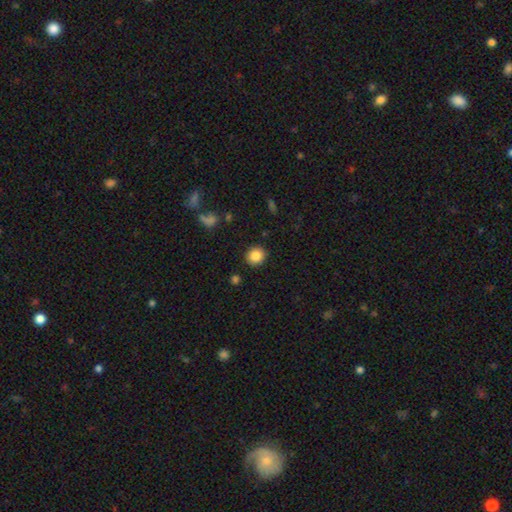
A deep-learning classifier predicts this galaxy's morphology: Overall: smooth (85%). How rounded: round (87%). Merging: none (90%).